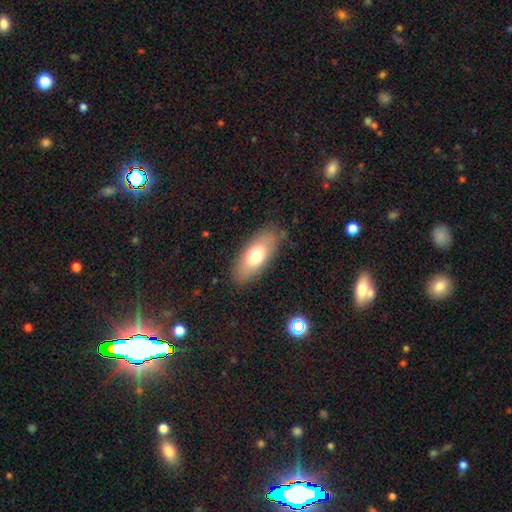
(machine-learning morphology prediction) smooth-or-featured: smooth: 71% | featured or disk: 22% | star or artifact: 7%
  how-rounded: in between: 79% | cigar-shaped: 18% | round: 3%
  merging: none: 84% | minor disturbance: 12% | major disturbance: 3% | merger: 1%